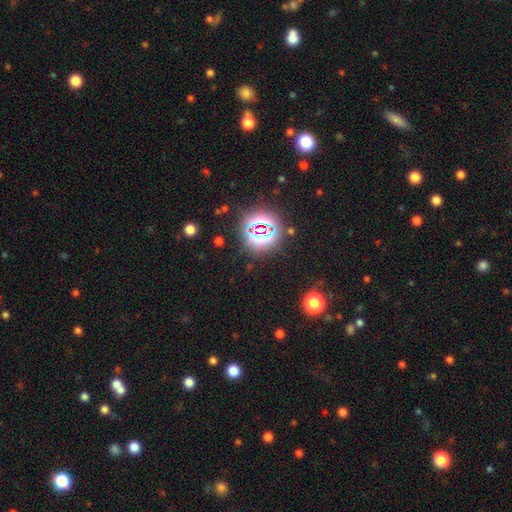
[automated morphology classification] This appears to be a star or artifact, not a galaxy (83%).